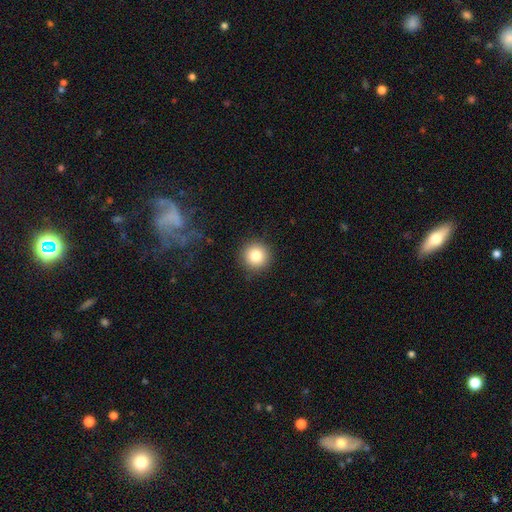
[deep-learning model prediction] smooth 81%, star or artifact 10%, featured or disk 8%. Down the decision tree: how rounded — round (95%); merging — none (90%).